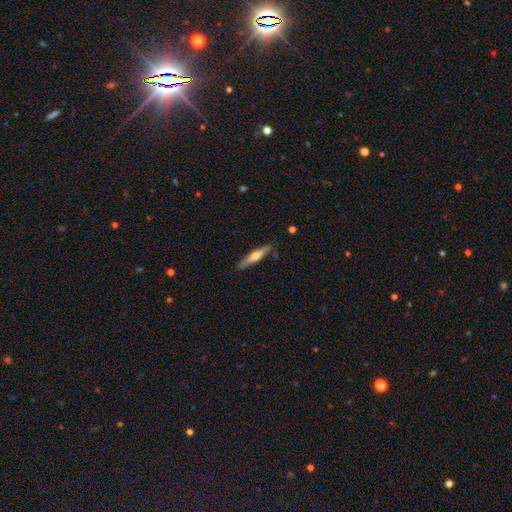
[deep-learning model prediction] Q: Smooth or featured?
A: featured or disk (50%); runner-up: smooth (44%)
Q: Edge-on disk?
A: yes (92%); runner-up: no (8%)
Q: Merging?
A: none (86%); runner-up: minor disturbance (10%)